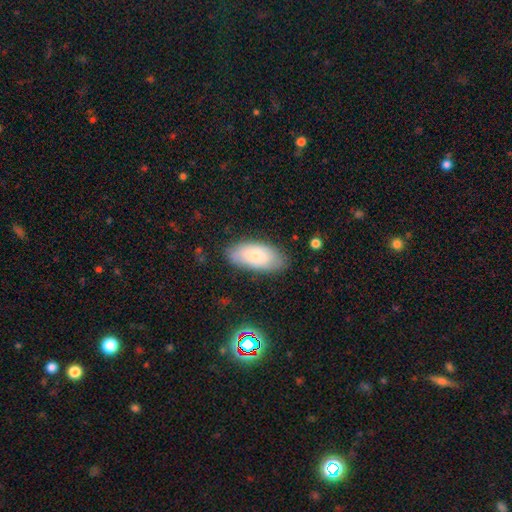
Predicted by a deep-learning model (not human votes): smooth-or-featured: smooth: 73% | featured or disk: 20% | star or artifact: 7%
  how-rounded: in between: 91% | cigar-shaped: 7% | round: 2%
  merging: none: 79% | minor disturbance: 16% | major disturbance: 4% | merger: 2%